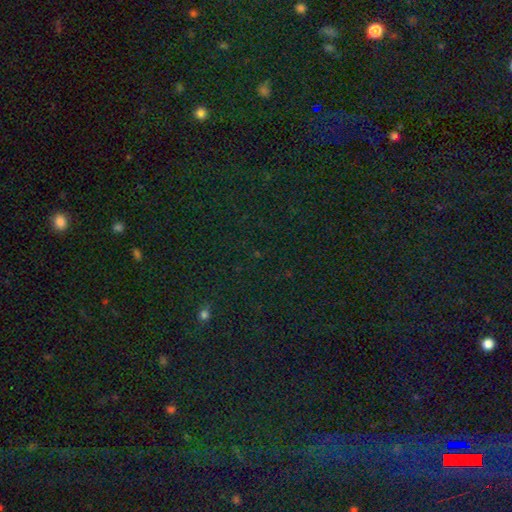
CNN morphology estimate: Overall: star or artifact (81%).